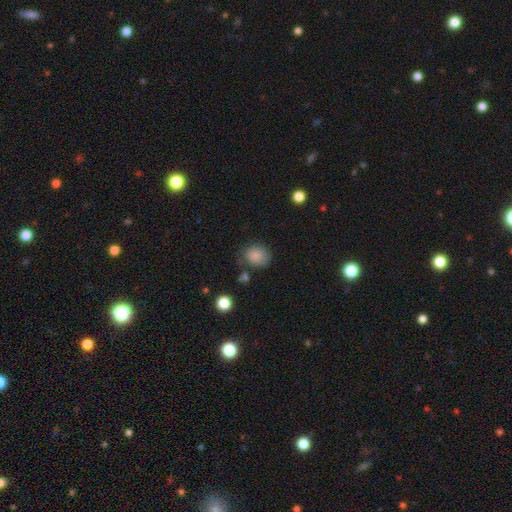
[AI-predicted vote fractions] Smooth or featured? smooth (84%)
How rounded? round (65%)
Merging? none (68%)